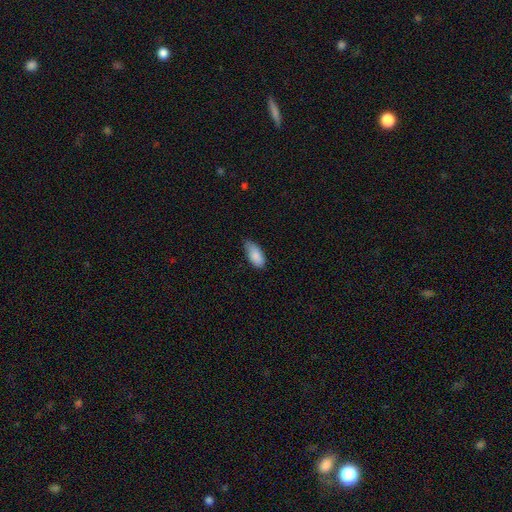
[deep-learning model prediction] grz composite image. It shows a smooth galaxy with no disk features (87%) that is in between round and cigar-shaped (90%). Merging: none (66%).